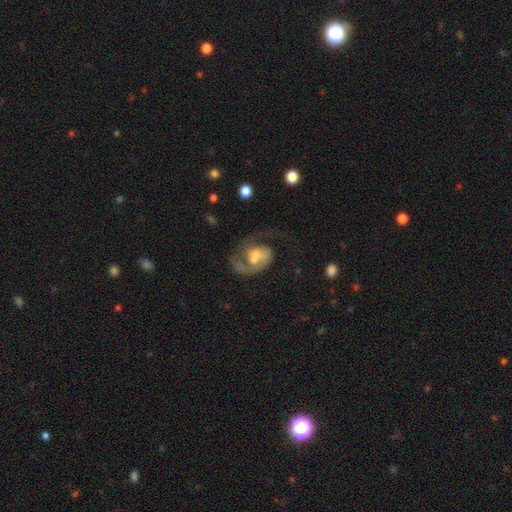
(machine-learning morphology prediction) type=featured or disk (77%); edge-on=no (98%); bar=no (62%); spiral arms=yes (89%); winding=medium (44%); arm count=1 (58%); bulge=moderate (50%); merging=major disturbance (34%, tied with none).